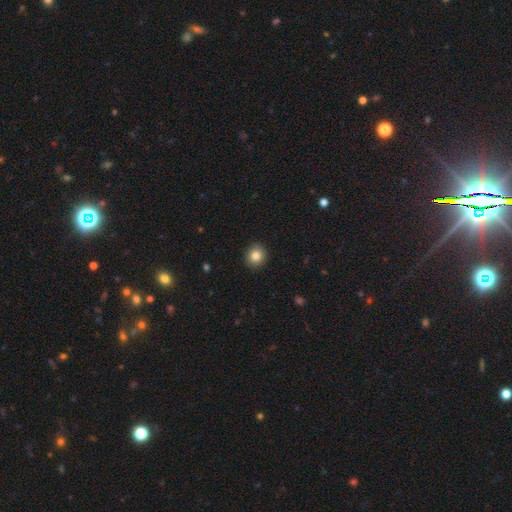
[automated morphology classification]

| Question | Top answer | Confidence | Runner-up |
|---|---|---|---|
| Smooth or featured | smooth | 84% | star or artifact (10%) |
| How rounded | round | 84% | in between (15%) |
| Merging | none | 91% | minor disturbance (6%) |